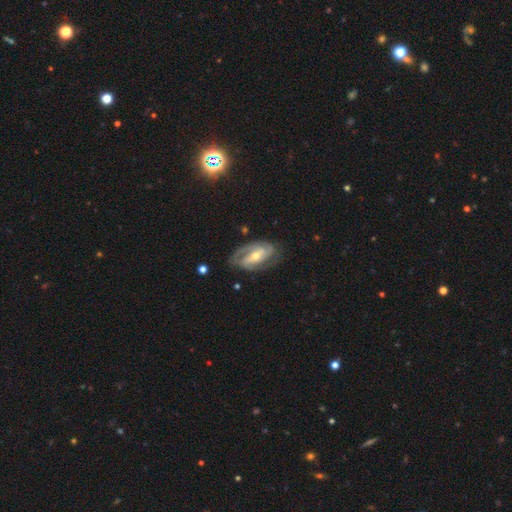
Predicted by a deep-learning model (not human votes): Smooth or featured? Predicted: featured or disk (p=0.86). Edge-on disk? Predicted: no (p=0.96). Bar? Predicted: weak (p=0.37). Spiral arms? Predicted: yes (p=0.95). Spiral winding? Predicted: tight (p=0.49). Spiral arm count? Predicted: 2 (p=0.68). Bulge size? Predicted: moderate (p=0.55). Merging? Predicted: none (p=0.72).